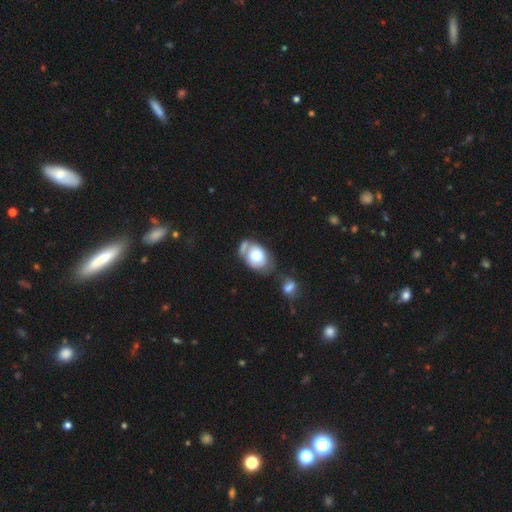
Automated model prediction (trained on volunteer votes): smooth_or_featured: smooth (p=0.67) [alt: featured or disk p=0.25]
how_rounded: in between (p=0.73) [alt: round p=0.26]
merging: none (p=0.35) [alt: merger p=0.32]